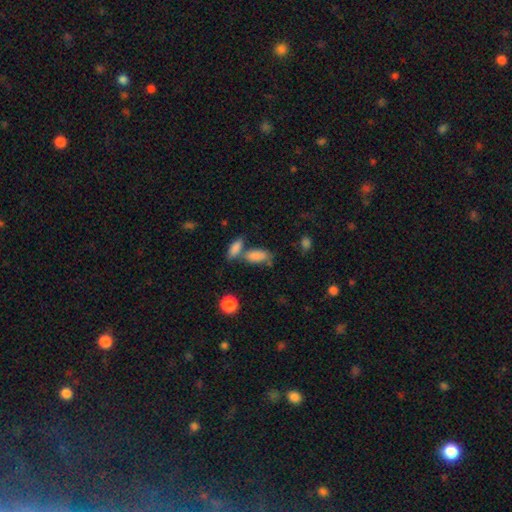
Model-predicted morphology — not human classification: A smooth galaxy with no disk features (81%) that is in between round and cigar-shaped (82%). Merging: none (45%).